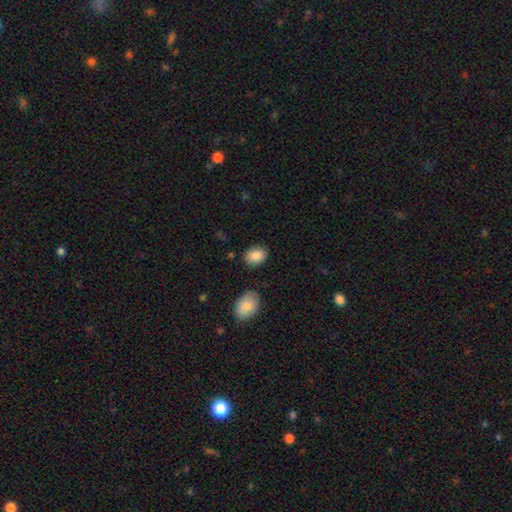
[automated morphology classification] Smooth or featured? smooth (86%)
How rounded? in between (69%)
Merging? none (82%)